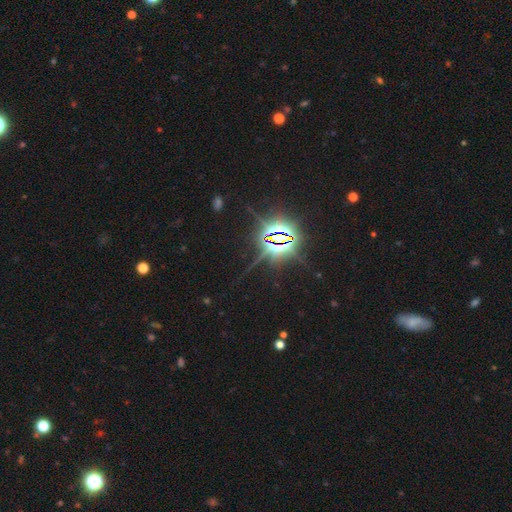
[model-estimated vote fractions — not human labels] smooth-or-featured: star or artifact: 84% | smooth: 9% | featured or disk: 7%